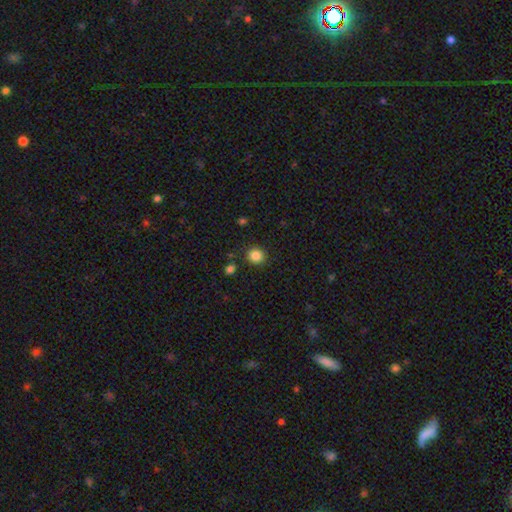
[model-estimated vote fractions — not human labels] The model was most divided on "smooth or featured": smooth: 85%, star or artifact: 11%, featured or disk: 4%. More confident: merging — none (89%); how rounded — round (87%).